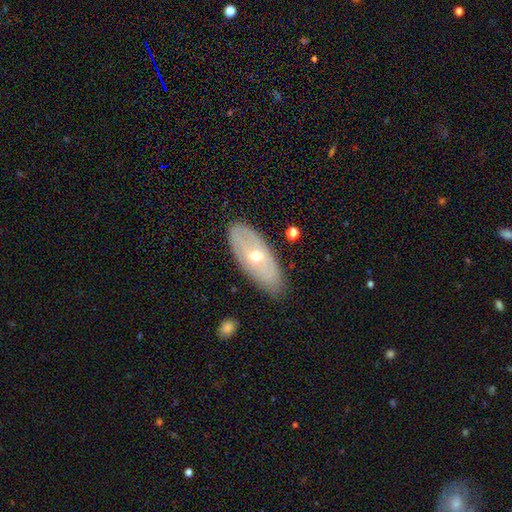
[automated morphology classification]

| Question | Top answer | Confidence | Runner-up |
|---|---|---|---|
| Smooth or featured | featured or disk | 54% | smooth (38%) |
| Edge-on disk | no | 76% | yes (24%) |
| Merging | none | 84% | minor disturbance (12%) |